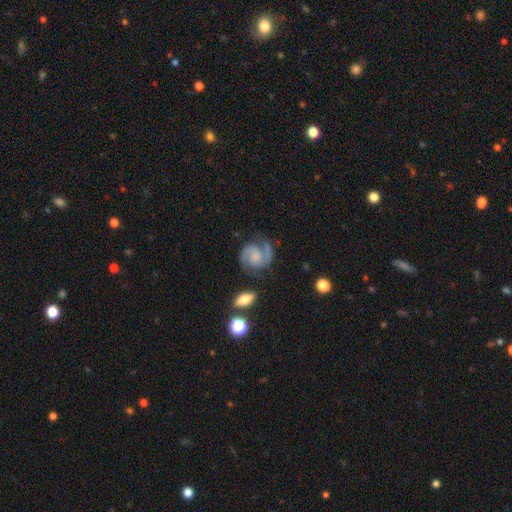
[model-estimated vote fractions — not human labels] smooth_or_featured: featured or disk (p=0.88) [alt: smooth p=0.06]
disk_edge_on: no (p=0.98) [alt: yes p=0.02]
bar: no (p=0.60) [alt: weak p=0.32]
has_spiral_arms: yes (p=0.98) [alt: no p=0.02]
spiral_winding: medium (p=0.54) [alt: tight p=0.35]
spiral_arm_count: 2 (p=0.92) [alt: can't tell p=0.02]
bulge_size: none (p=0.40) [alt: small p=0.32]
merging: none (p=0.73) [alt: minor disturbance p=0.16]